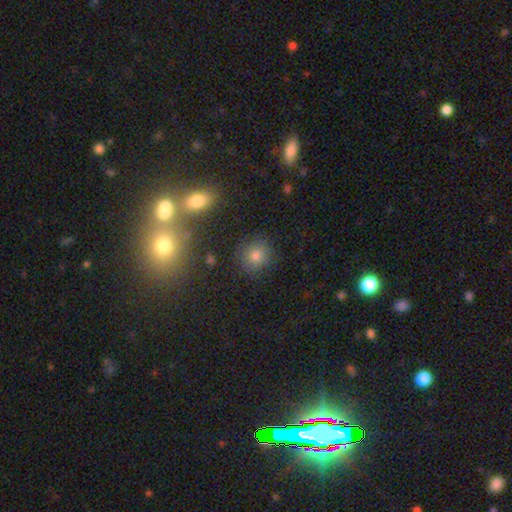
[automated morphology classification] A smooth galaxy with no disk features (74%) that is round (85%). Merging: none (85%).